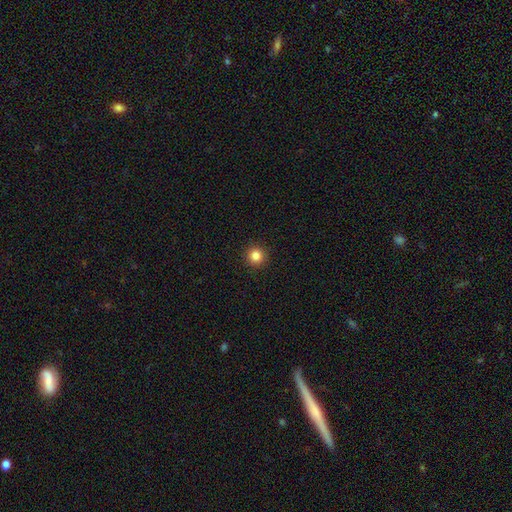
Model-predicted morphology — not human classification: Smooth or featured? smooth (84%)
How rounded? round (96%)
Merging? none (93%)